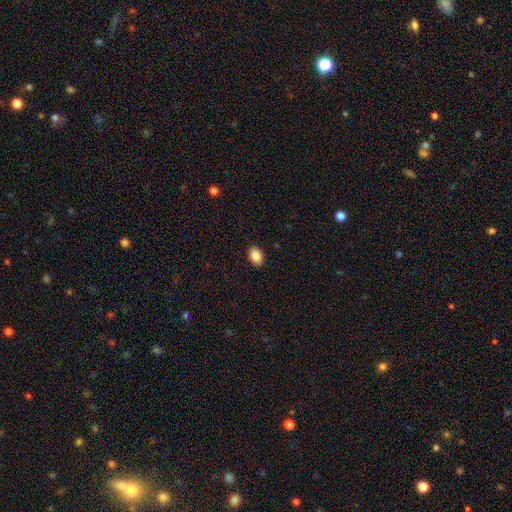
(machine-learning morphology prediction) smooth 88%, star or artifact 8%, featured or disk 4%. Down the decision tree: how rounded — in between (87%); merging — none (89%).